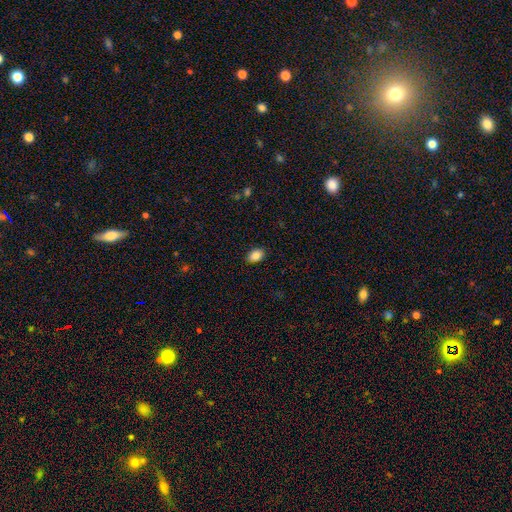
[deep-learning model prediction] Smooth or featured? Predicted: smooth (p=0.86). How rounded? Predicted: in between (p=0.80). Merging? Predicted: none (p=0.86).